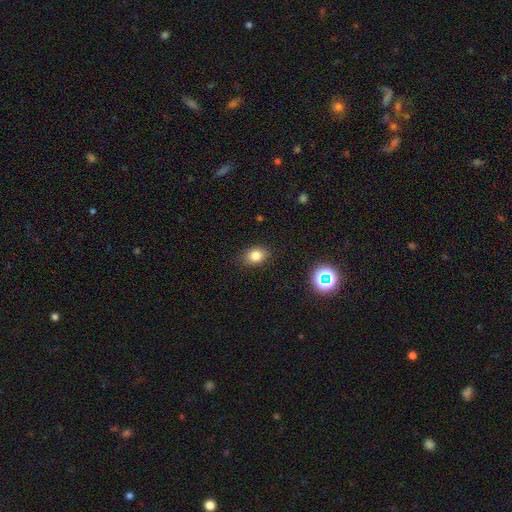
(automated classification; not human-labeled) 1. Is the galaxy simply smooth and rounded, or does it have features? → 80% smooth, 13% star or artifact, 7% featured or disk.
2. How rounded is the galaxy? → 65% in between, 34% round, 1% cigar-shaped.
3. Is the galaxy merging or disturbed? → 85% none, 11% minor disturbance, 3% major disturbance, 1% merger.